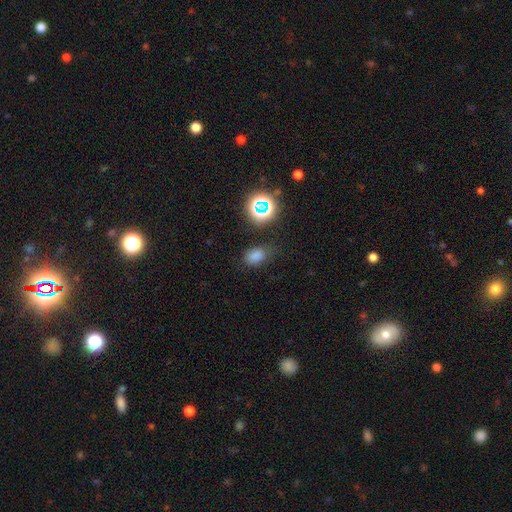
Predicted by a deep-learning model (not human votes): smooth_or_featured: smooth (p=0.74) [alt: star or artifact p=0.20]
how_rounded: in between (p=0.78) [alt: round p=0.20]
merging: none (p=0.72) [alt: minor disturbance p=0.20]